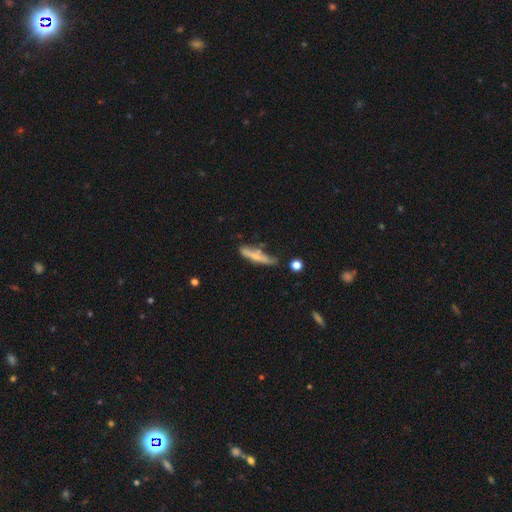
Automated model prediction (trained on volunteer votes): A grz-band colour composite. It shows a smooth galaxy with no disk features (60%) that is cigar-shaped (84%). Merging: none (52%).